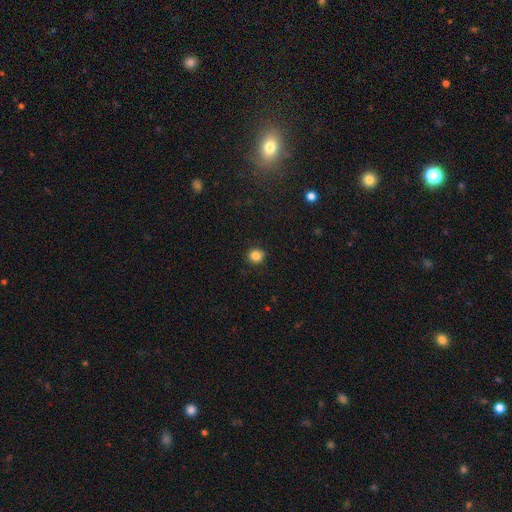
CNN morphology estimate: Smooth or featured? Predicted: smooth (p=0.85). How rounded? Predicted: round (p=0.88). Merging? Predicted: none (p=0.89).